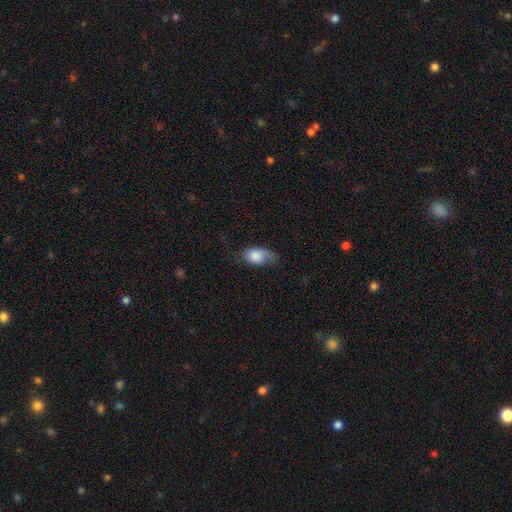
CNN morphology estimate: smooth_or_featured: smooth (p=0.81) [alt: featured or disk p=0.12]
how_rounded: in between (p=0.89) [alt: round p=0.09]
merging: none (p=0.48) [alt: minor disturbance p=0.34]